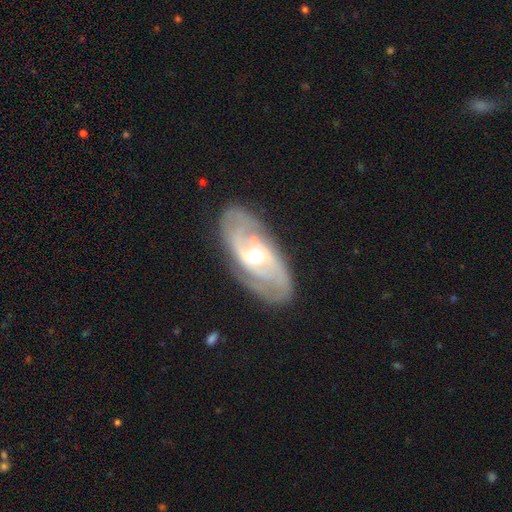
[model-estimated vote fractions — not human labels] This is clearly a featured or disk galaxy (83%). It is clearly not viewed edge-on (92%). Bar: possibly no (54%). Spiral arm pattern: clearly yes (90%). Spiral arm count: likely 2 (68%). Spiral winding: marginally tight (44%). Central bulge: likely moderate (71%). Merging: likely none (79%).